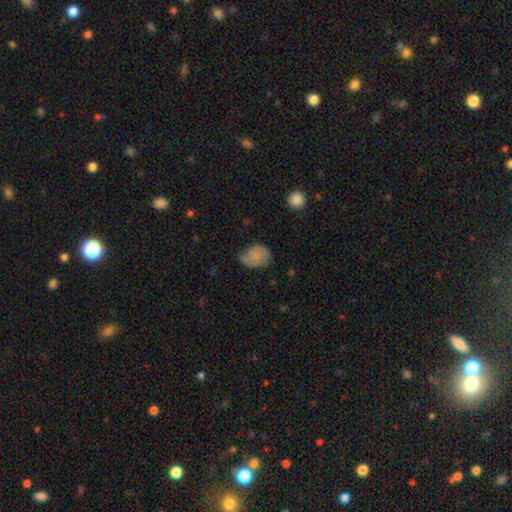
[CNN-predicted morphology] type=smooth (65%); roundness=in between (60%); merging=none (42%).